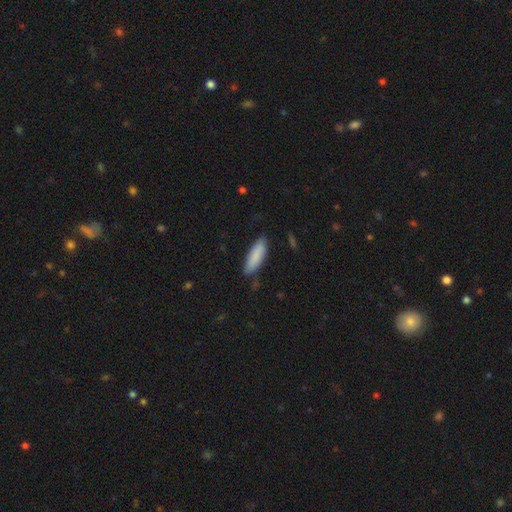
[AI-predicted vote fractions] smooth-or-featured: smooth: 87% | featured or disk: 7% | star or artifact: 5%
  how-rounded: in between: 53% | cigar-shaped: 46% | round: 1%
  merging: none: 80% | minor disturbance: 15% | major disturbance: 3% | merger: 1%